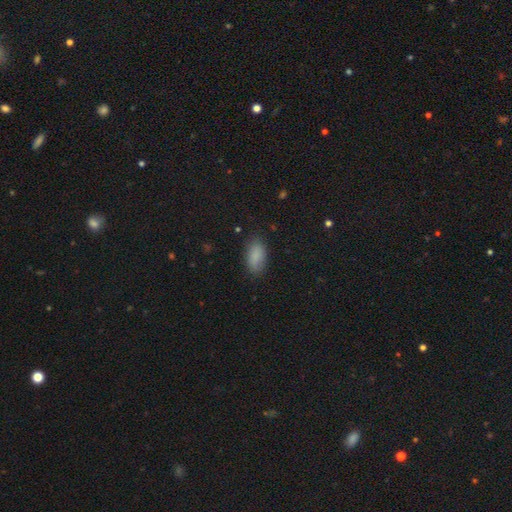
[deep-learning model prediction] This is clearly a smooth galaxy (87%). How rounded: clearly in between (92%). Merging: clearly none (81%).